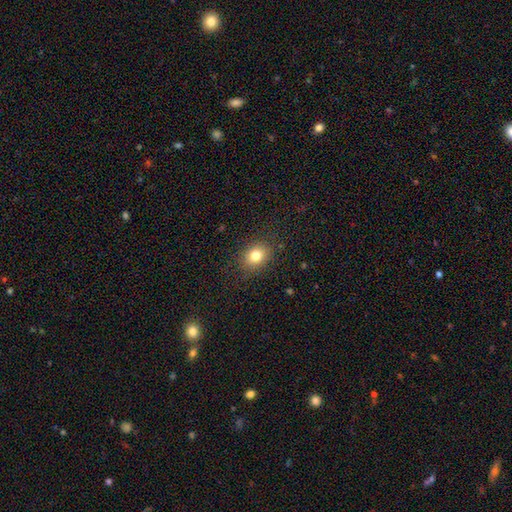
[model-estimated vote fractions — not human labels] A smooth galaxy with no disk features (80%) that is in between round and cigar-shaped (51%).

Vote fractions:
- Smooth or featured? smooth: 80% / star or artifact: 12% / featured or disk: 8%
- How rounded? in between: 51% / round: 48% / cigar-shaped: 1%
- Merging? none: 86% / minor disturbance: 10% / major disturbance: 3% / merger: 1%